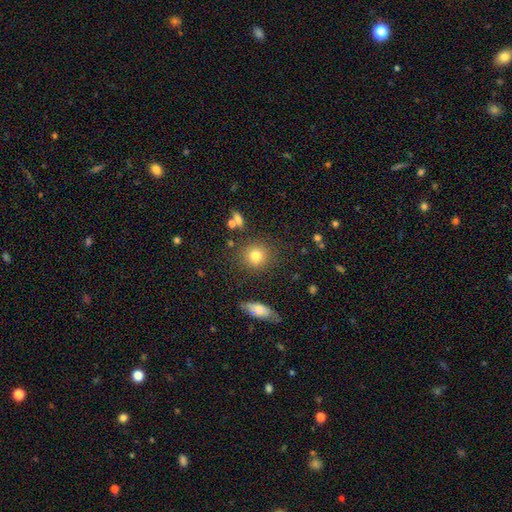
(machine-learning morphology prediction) smooth 77%, star or artifact 14%, featured or disk 10%. Down the decision tree: how rounded — round (85%); merging — none (83%).